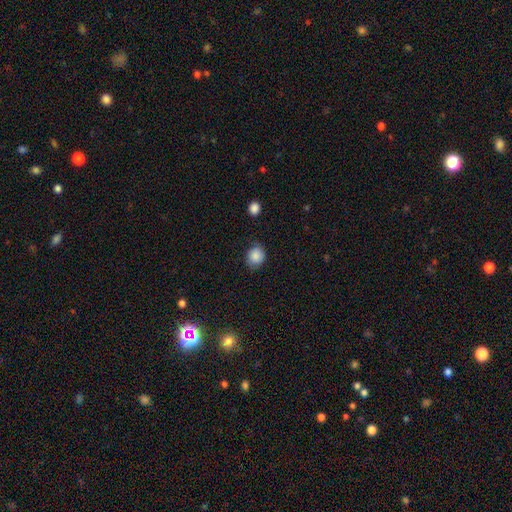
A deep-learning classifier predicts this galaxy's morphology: Q: Smooth or featured?
A: smooth (86%); runner-up: star or artifact (9%)
Q: How rounded?
A: round (69%); runner-up: in between (30%)
Q: Merging?
A: none (76%); runner-up: minor disturbance (18%)